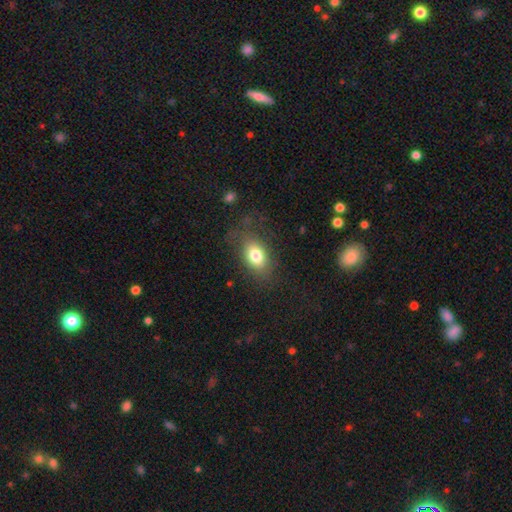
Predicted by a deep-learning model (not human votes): A smooth galaxy with no disk features (77%) that is in between round and cigar-shaped (83%).

Vote fractions:
- Smooth or featured? smooth: 77% / featured or disk: 14% / star or artifact: 9%
- How rounded? in between: 83% / round: 15% / cigar-shaped: 2%
- Merging? none: 69% / minor disturbance: 18% / major disturbance: 12% / merger: 2%